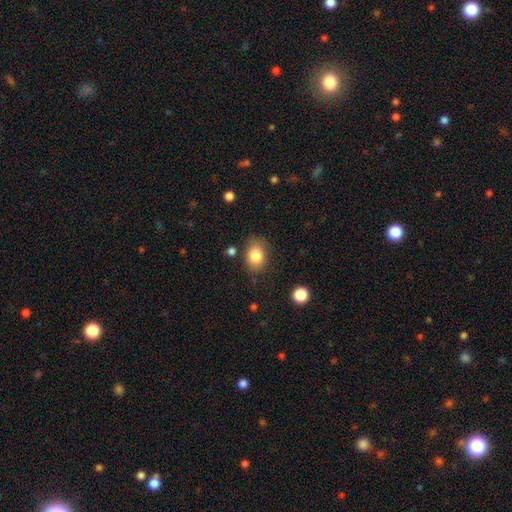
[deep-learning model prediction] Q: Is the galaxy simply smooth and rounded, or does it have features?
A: smooth — 83%.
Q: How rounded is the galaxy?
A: in between — 65%.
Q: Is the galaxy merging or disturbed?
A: none — 77%.